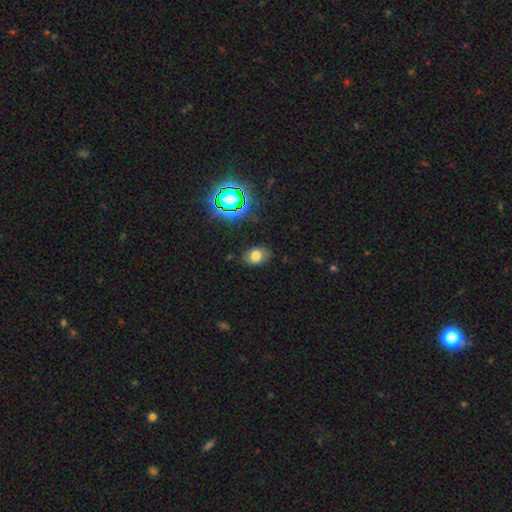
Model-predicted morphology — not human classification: smooth 72%, star or artifact 17%, featured or disk 11%. Down the decision tree: how rounded — in between (81%); merging — none (78%).